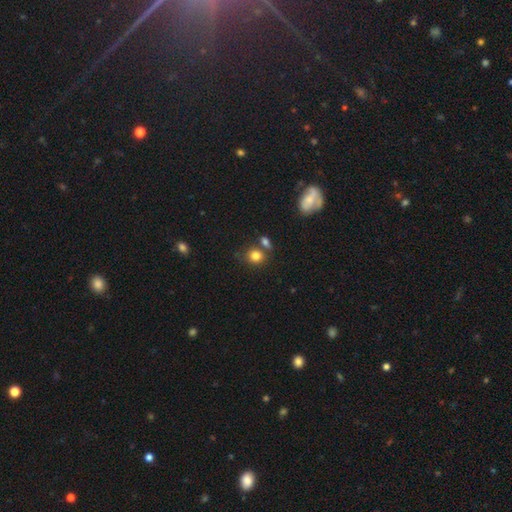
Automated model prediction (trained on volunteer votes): The model was most divided on "merging": none: 64%, merger: 20%, minor disturbance: 12%, major disturbance: 4%. More confident: smooth or featured — smooth (82%); how rounded — round (71%).